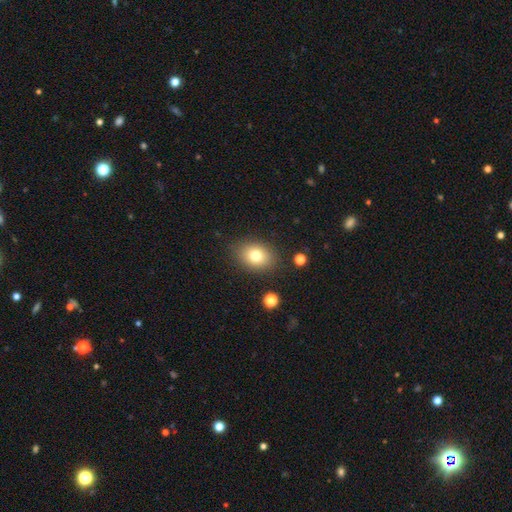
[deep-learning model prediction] Overall: smooth (78%). How rounded: in between (65%; round 34%). Merging: none (85%).